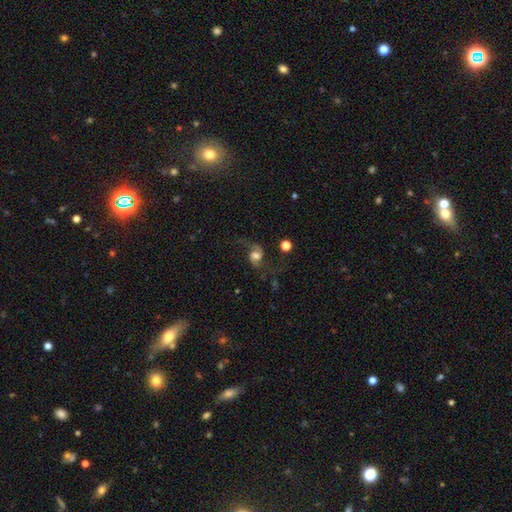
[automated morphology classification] Q: Smooth or featured?
A: featured or disk (72%); runner-up: smooth (19%)
Q: Edge-on disk?
A: no (97%); runner-up: yes (3%)
Q: Bar?
A: no (55%); runner-up: weak (36%)
Q: Spiral arms?
A: yes (94%); runner-up: no (6%)
Q: Spiral winding?
A: loose (76%); runner-up: medium (20%)
Q: Spiral arm count?
A: 2 (84%); runner-up: 1 (11%)
Q: Bulge size?
A: moderate (52%); runner-up: large (26%)
Q: Merging?
A: none (57%); runner-up: major disturbance (22%)